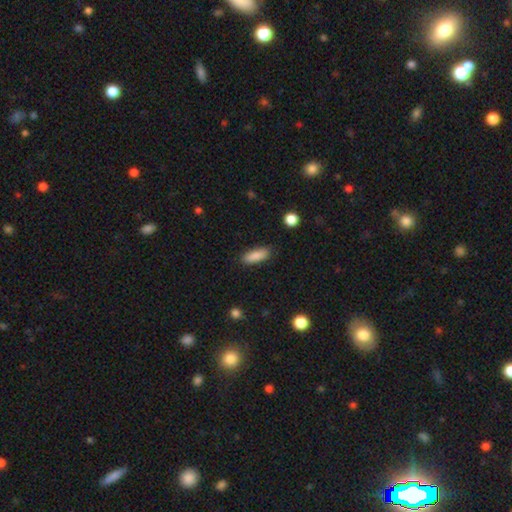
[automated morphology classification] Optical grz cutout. It shows a smooth galaxy with no disk features (87%) that is in between round and cigar-shaped (65%). Merging: none (87%).